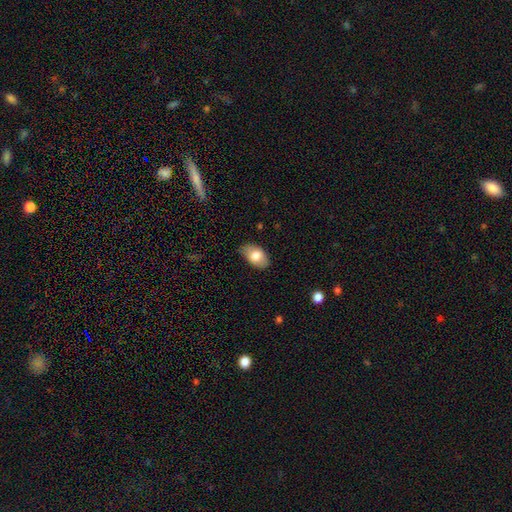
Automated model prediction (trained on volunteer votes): A smooth galaxy with no disk features (77%) that is in between round and cigar-shaped (92%).

Vote fractions:
- Smooth or featured? smooth: 77% / featured or disk: 16% / star or artifact: 7%
- How rounded? in between: 92% / round: 7% / cigar-shaped: 1%
- Merging? none: 77% / minor disturbance: 18% / major disturbance: 3% / merger: 1%